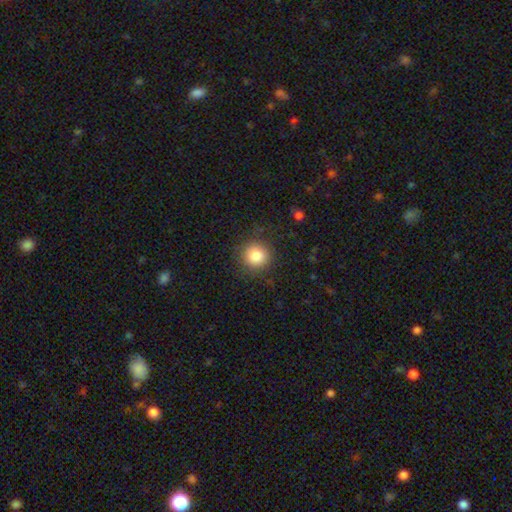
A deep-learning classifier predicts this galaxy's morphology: This appears to be a smooth galaxy with no disk features (84%) that is round (92%). Merging: none (86%).